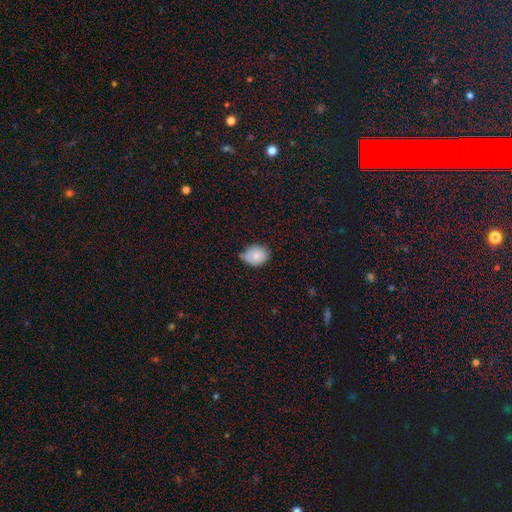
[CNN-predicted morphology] This appears to be a smooth galaxy with no disk features (80%) that is in between round and cigar-shaped (50%). Merging: none (57%).